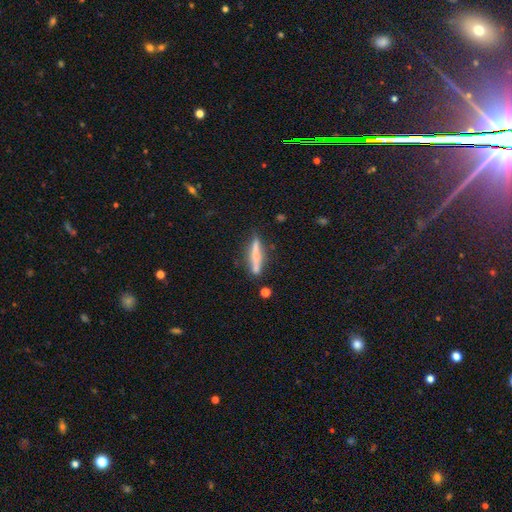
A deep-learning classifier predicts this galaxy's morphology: Smooth or featured? Predicted: smooth (p=0.61). How rounded? Predicted: cigar-shaped (p=0.90). Merging? Predicted: none (p=0.73).